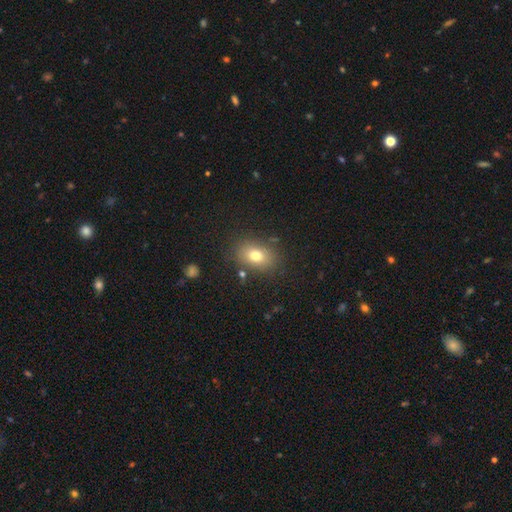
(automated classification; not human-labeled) This appears to be a smooth galaxy with no disk features (76%) that is in between round and cigar-shaped (74%). Merging: none (81%).